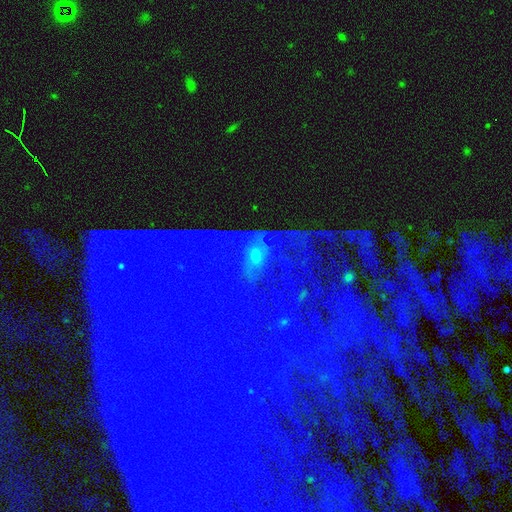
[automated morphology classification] A star or artifact, not a galaxy (50%).

Vote fractions:
- Smooth or featured? star or artifact: 50% / featured or disk: 33% / smooth: 16%